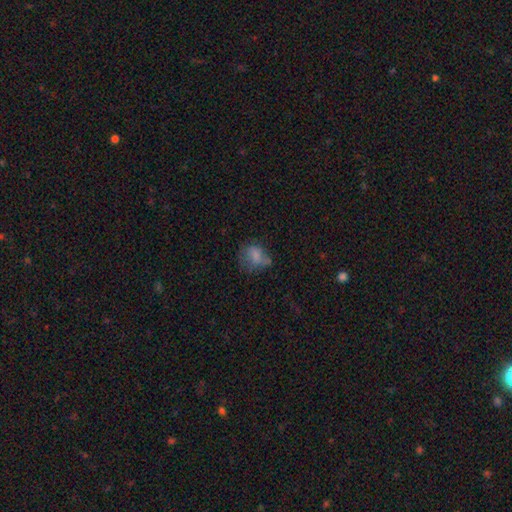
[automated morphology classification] The model was most divided on "merging": none: 39%, minor disturbance: 29%, major disturbance: 27%, merger: 5%. More confident: smooth or featured — smooth (67%); how rounded — in between (57%).